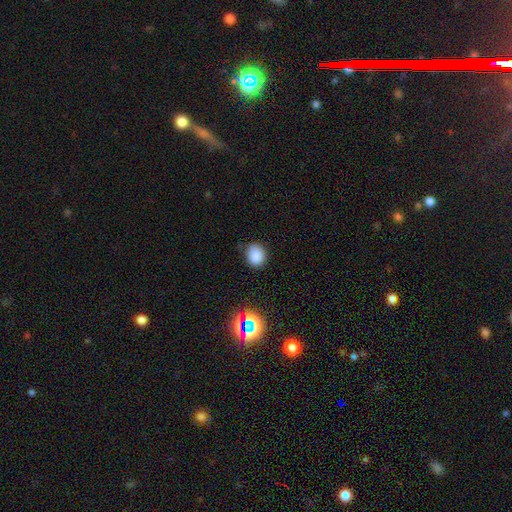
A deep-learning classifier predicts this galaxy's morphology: A smooth galaxy with no disk features (83%) that is round (62%).

Vote fractions:
- Smooth or featured? smooth: 83% / star or artifact: 13% / featured or disk: 4%
- How rounded? round: 62% / in between: 37% / cigar-shaped: 1%
- Merging? none: 79% / minor disturbance: 16% / major disturbance: 4% / merger: 2%